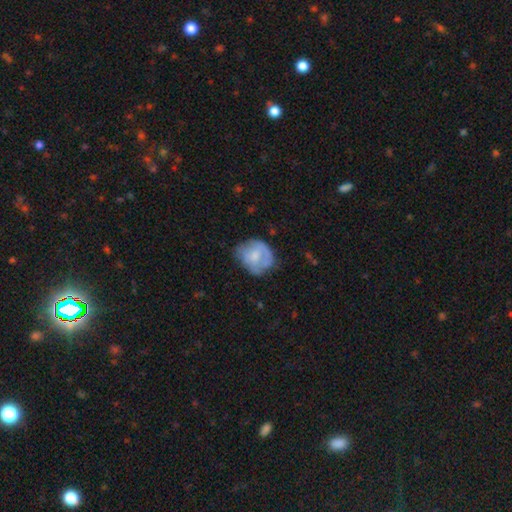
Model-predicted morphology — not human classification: Smooth or featured? smooth (53%)
How rounded? round (66%)
Merging? none (51%)